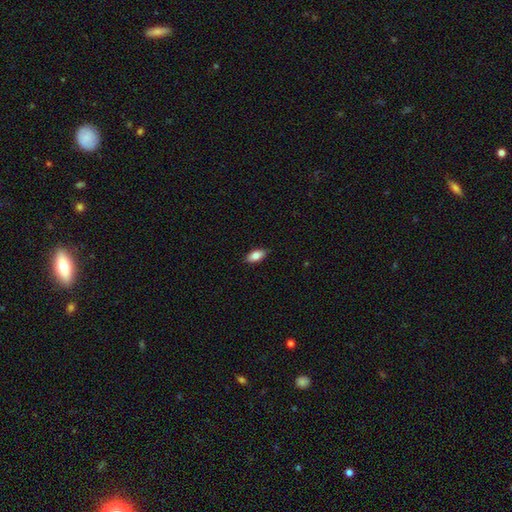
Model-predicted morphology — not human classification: Smooth or featured? Predicted: smooth (p=0.83). How rounded? Predicted: in between (p=0.89). Merging? Predicted: none (p=0.87).